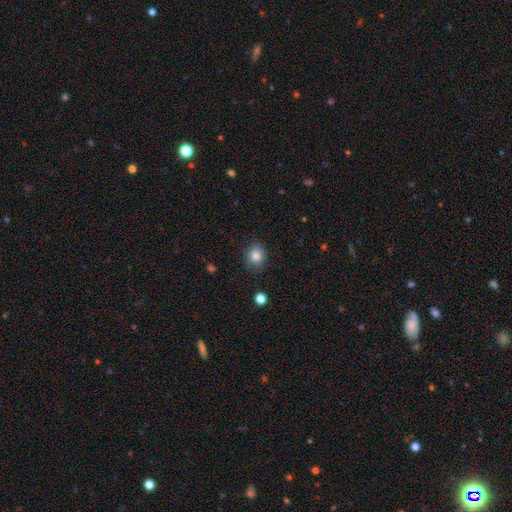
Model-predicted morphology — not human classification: Smooth or featured? smooth (82%)
How rounded? round (72%)
Merging? none (87%)